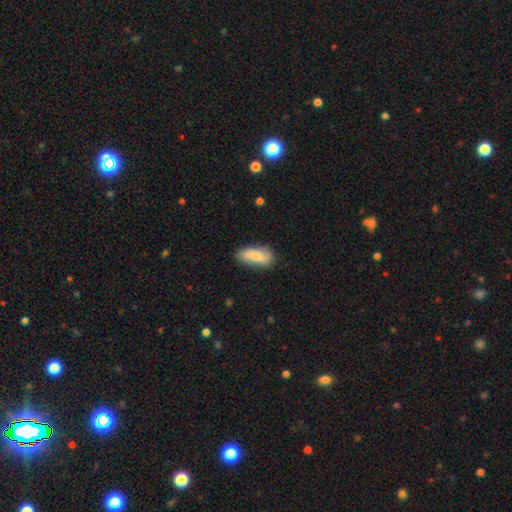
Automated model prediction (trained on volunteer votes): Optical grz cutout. It shows a smooth galaxy with no disk features (80%) that is in between round and cigar-shaped (84%). Merging: none (74%).